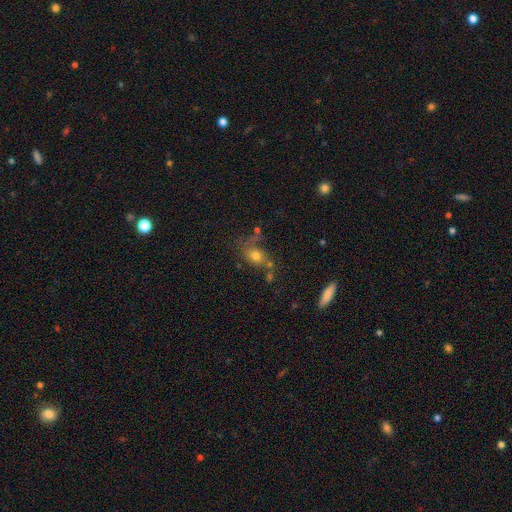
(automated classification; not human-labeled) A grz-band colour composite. It shows a smooth galaxy with no disk features (69%) that is round (50%). Merging: none (49%).